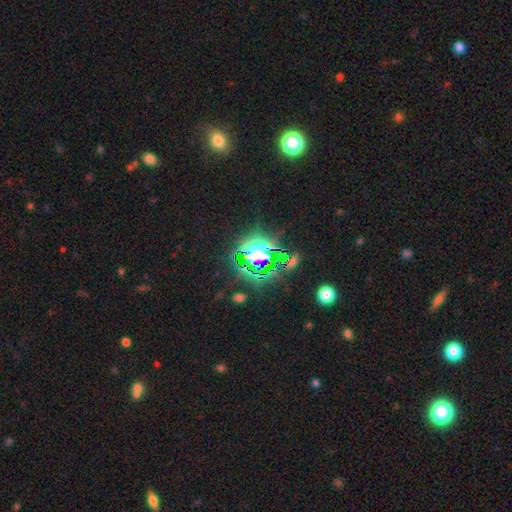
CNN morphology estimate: Overall: star or artifact (77%).